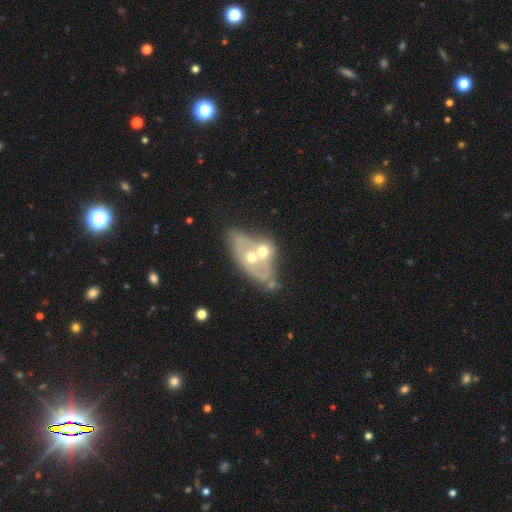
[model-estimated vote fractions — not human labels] Morphology: type=featured or disk (63%); edge-on=no (91%); bar=no (88%); spiral arms=no (80%); bulge=moderate (66%); merging=merger (56%).